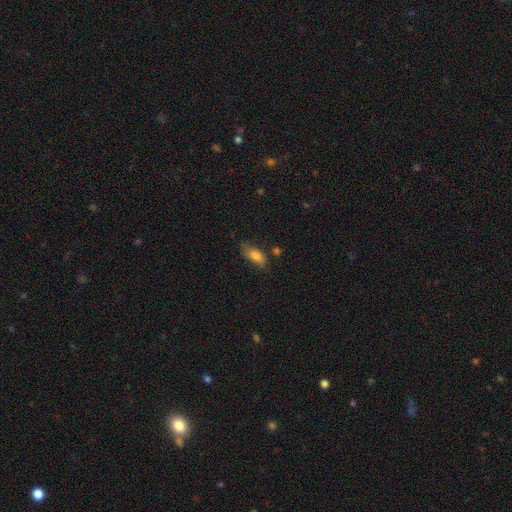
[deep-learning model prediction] Morphology: type=smooth (78%); roundness=in between (80%); merging=none (68%).